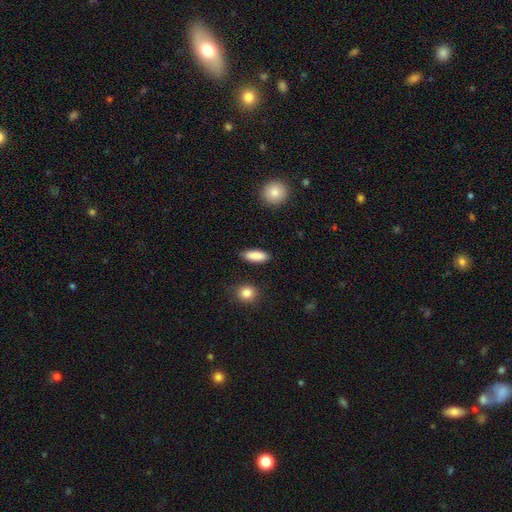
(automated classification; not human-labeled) Smooth or featured? Predicted: smooth (p=0.89). How rounded? Predicted: in between (p=0.69). Merging? Predicted: none (p=0.88).